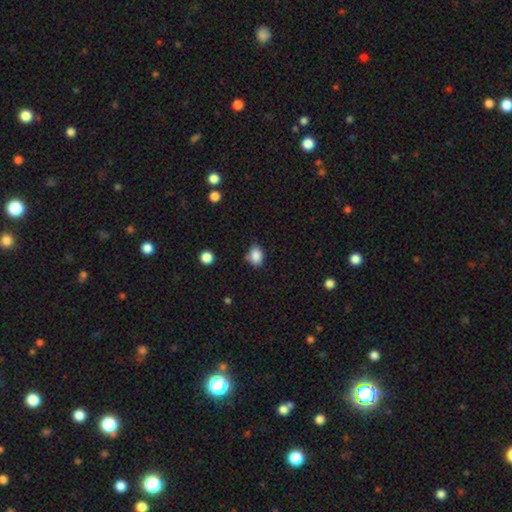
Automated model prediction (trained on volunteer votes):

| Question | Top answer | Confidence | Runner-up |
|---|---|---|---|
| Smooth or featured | smooth | 86% | star or artifact (9%) |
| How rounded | in between | 66% | round (33%) |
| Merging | none | 69% | minor disturbance (24%) |